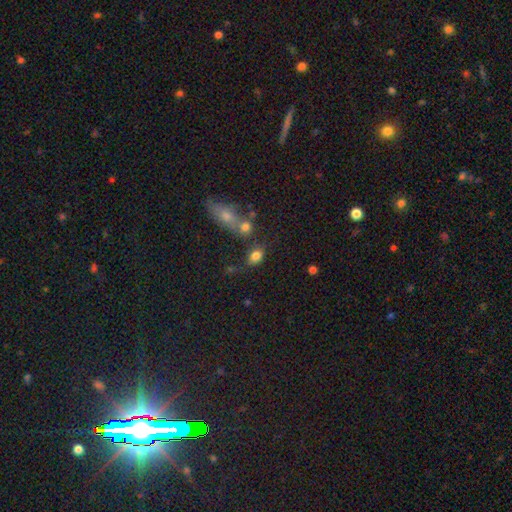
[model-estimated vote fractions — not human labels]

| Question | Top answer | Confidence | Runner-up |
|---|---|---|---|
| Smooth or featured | smooth | 80% | star or artifact (11%) |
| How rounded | in between | 70% | round (27%) |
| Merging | none | 56% | minor disturbance (18%) |